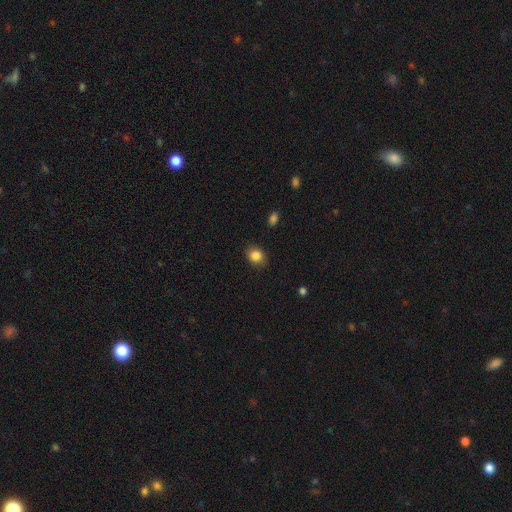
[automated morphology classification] Smooth or featured?
  - smooth: 85% *
  - star or artifact: 10%
  - featured or disk: 5%
How rounded?
  - round: 62% *
  - in between: 38%
  - cigar-shaped: 1%
Merging?
  - none: 87% *
  - minor disturbance: 10%
  - major disturbance: 3%
  - merger: 1%